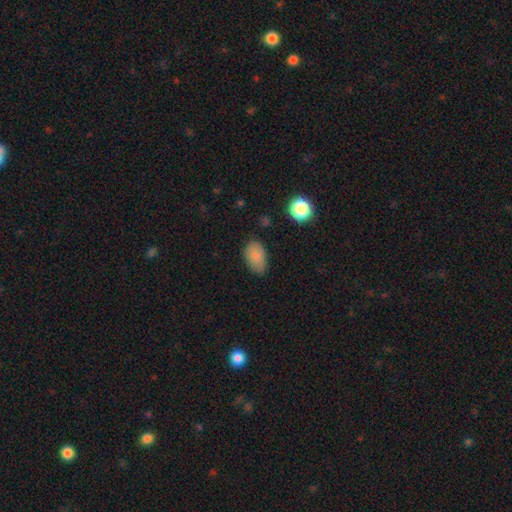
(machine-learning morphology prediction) A smooth galaxy with no disk features (84%) that is in between round and cigar-shaped (90%).

Vote fractions:
- Smooth or featured? smooth: 84% / star or artifact: 9% / featured or disk: 7%
- How rounded? in between: 90% / round: 9% / cigar-shaped: 2%
- Merging? none: 66% / minor disturbance: 27% / major disturbance: 5% / merger: 2%